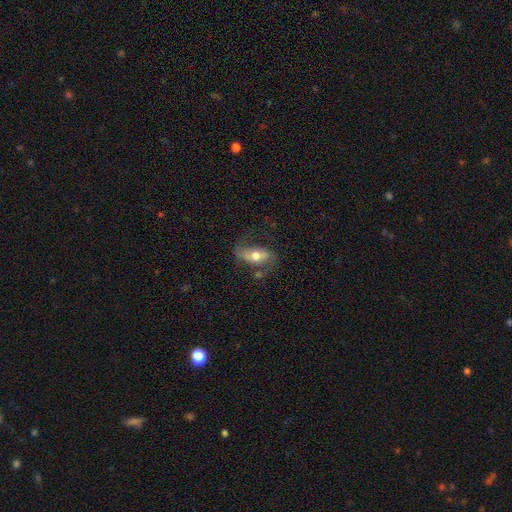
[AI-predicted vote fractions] This is possibly a featured or disk galaxy (54%). It is clearly not viewed edge-on (84%). Merging: possibly none (55%).